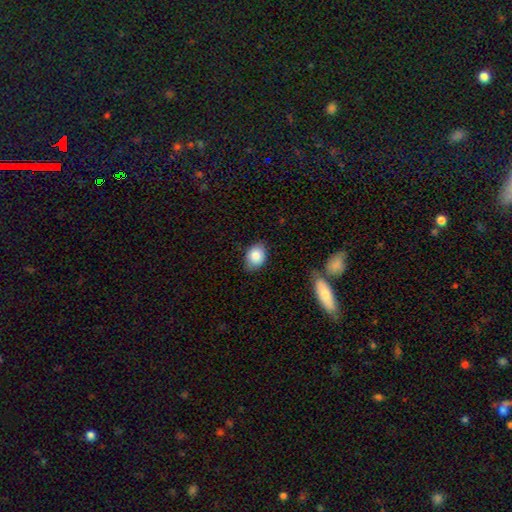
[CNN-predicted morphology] A smooth galaxy with no disk features (83%) that is in between round and cigar-shaped (64%).

Vote fractions:
- Smooth or featured? smooth: 83% / featured or disk: 9% / star or artifact: 8%
- How rounded? in between: 64% / round: 35% / cigar-shaped: 1%
- Merging? none: 78% / minor disturbance: 17% / major disturbance: 3% / merger: 2%